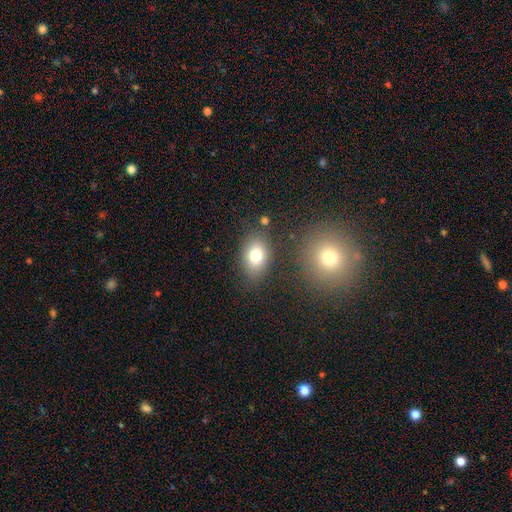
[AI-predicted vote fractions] This appears to be a smooth galaxy with no disk features (78%) that is in between round and cigar-shaped (80%). Merging: none (80%).